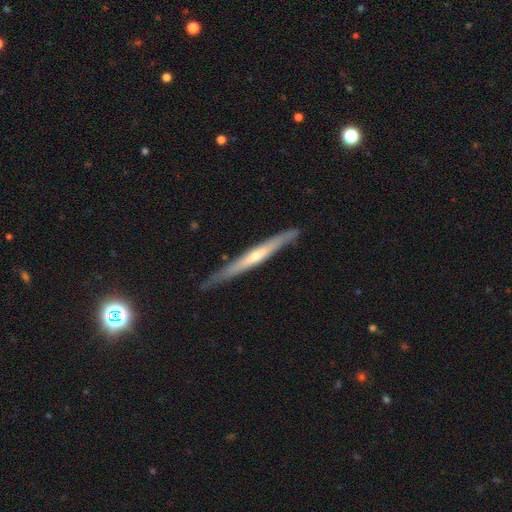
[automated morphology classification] featured or disk 65%, smooth 30%, star or artifact 5%. Down the decision tree: edge-on disk — yes (95%); edge-on bulge — rounded (56%); merging — none (84%).